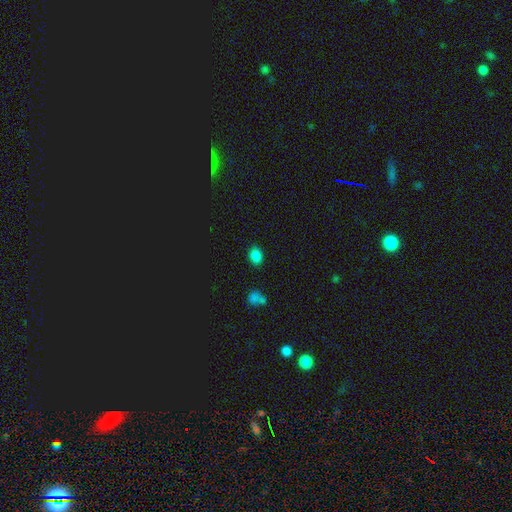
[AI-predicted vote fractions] This is clearly a smooth galaxy (82%). How rounded: likely in between (62%). Merging: clearly none (86%).